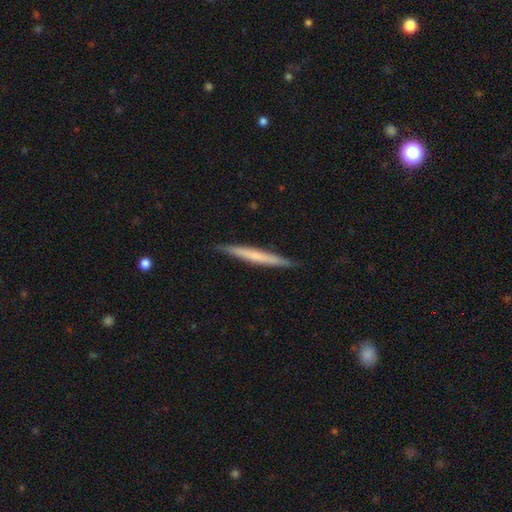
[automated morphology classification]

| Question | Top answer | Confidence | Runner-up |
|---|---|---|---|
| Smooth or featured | smooth | 53% | featured or disk (41%) |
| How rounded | cigar-shaped | 97% | in between (2%) |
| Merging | none | 89% | minor disturbance (8%) |